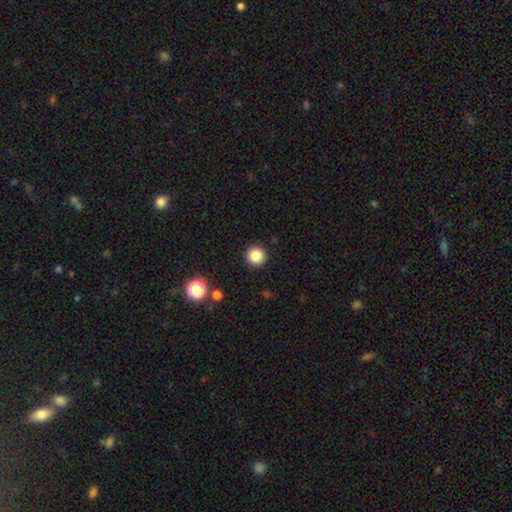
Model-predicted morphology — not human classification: smooth_or_featured: smooth (p=0.85) [alt: star or artifact p=0.11]
how_rounded: round (p=0.96) [alt: in between p=0.03]
merging: none (p=0.92) [alt: minor disturbance p=0.05]